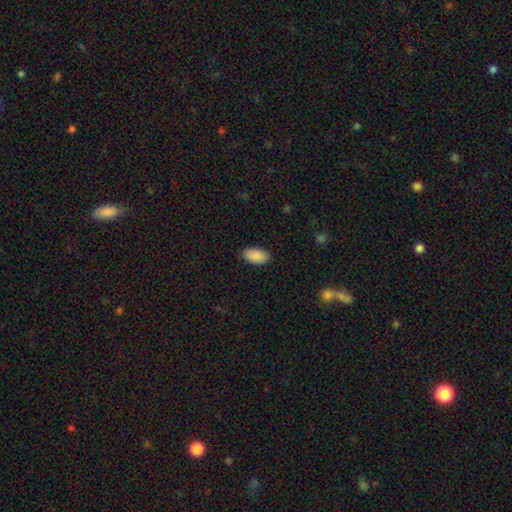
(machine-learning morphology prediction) Smooth or featured?
  - smooth: 90% *
  - star or artifact: 6%
  - featured or disk: 3%
How rounded?
  - in between: 95% *
  - round: 3%
  - cigar-shaped: 2%
Merging?
  - none: 88% *
  - minor disturbance: 9%
  - major disturbance: 2%
  - merger: 1%